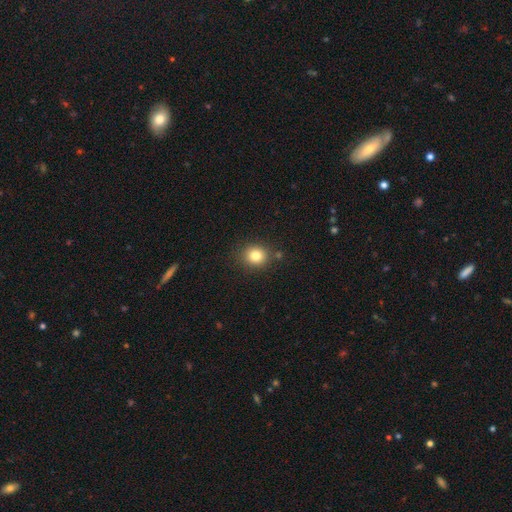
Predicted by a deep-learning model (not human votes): A smooth galaxy with no disk features (81%) that is round (81%).

Vote fractions:
- Smooth or featured? smooth: 81% / star or artifact: 12% / featured or disk: 7%
- How rounded? round: 81% / in between: 18% / cigar-shaped: 1%
- Merging? none: 83% / minor disturbance: 9% / merger: 4% / major disturbance: 3%